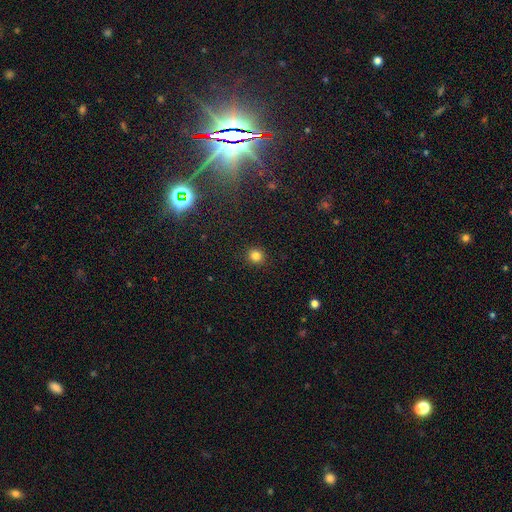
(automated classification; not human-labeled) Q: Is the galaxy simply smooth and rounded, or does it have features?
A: smooth — 83%.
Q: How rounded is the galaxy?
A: round — 90%.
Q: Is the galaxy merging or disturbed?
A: none — 91%.